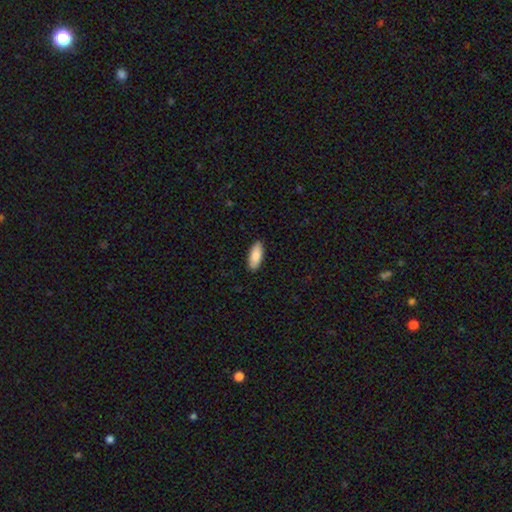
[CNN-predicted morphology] The model was most divided on "how rounded": in between: 82%, cigar-shaped: 16%, round: 2%. More confident: merging — none (90%); smooth or featured — smooth (86%).